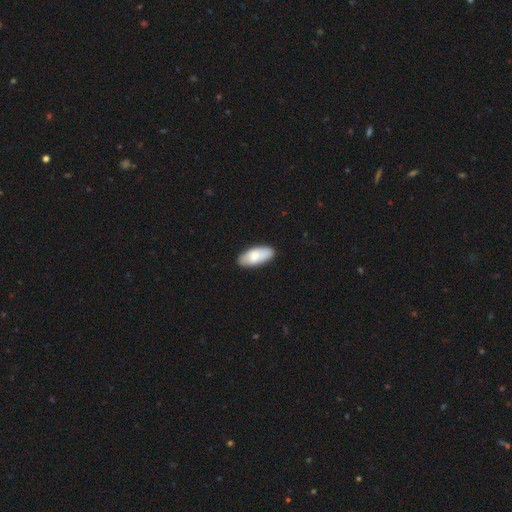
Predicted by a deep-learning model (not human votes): This is likely a smooth galaxy (77%). How rounded: clearly in between (87%). Merging: clearly none (86%).